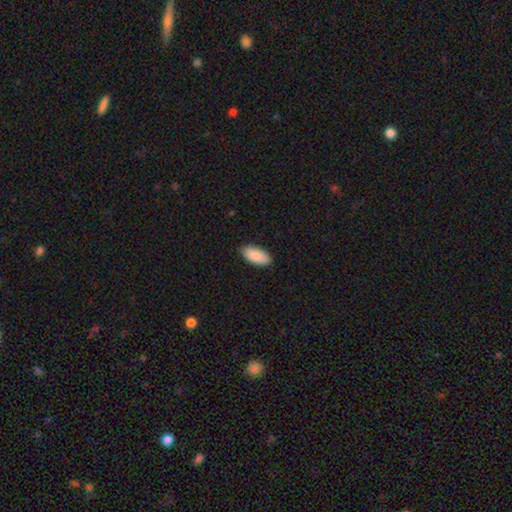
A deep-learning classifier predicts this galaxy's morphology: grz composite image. It shows a smooth galaxy with no disk features (90%) that is in between round and cigar-shaped (93%). Merging: none (86%).